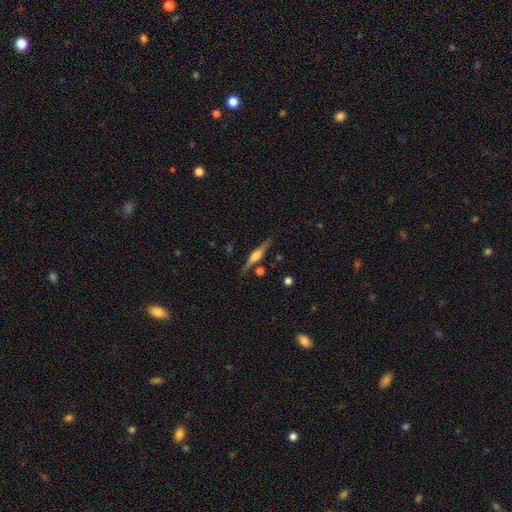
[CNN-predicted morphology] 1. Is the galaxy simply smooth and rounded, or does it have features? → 74% featured or disk, 20% smooth, 7% star or artifact.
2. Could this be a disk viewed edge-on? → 97% yes, 3% no.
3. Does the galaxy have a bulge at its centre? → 75% rounded, 20% boxy, 5% none.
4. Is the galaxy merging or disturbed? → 84% none, 10% minor disturbance, 4% merger, 2% major disturbance.